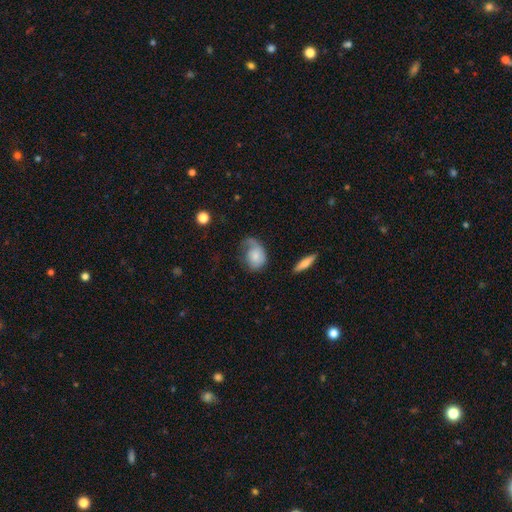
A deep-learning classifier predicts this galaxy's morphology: A smooth galaxy with no disk features (54%) that is in between round and cigar-shaped (65%).

Vote fractions:
- Smooth or featured? smooth: 54% / featured or disk: 39% / star or artifact: 6%
- How rounded? in between: 65% / round: 33% / cigar-shaped: 2%
- Merging? major disturbance: 40% / none: 31% / minor disturbance: 26% / merger: 3%